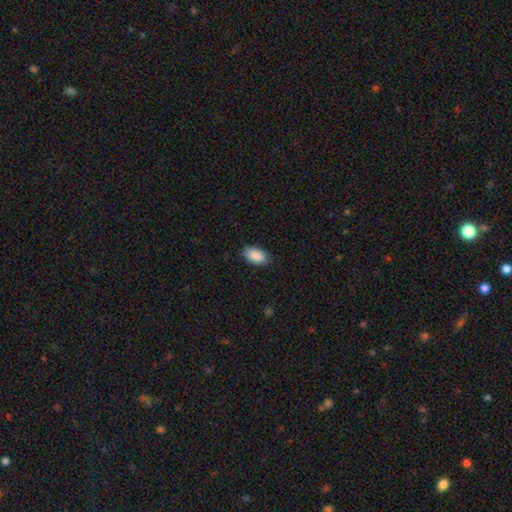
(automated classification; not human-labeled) smooth-or-featured: smooth: 90% | star or artifact: 6% | featured or disk: 4%
  how-rounded: in between: 94% | round: 4% | cigar-shaped: 2%
  merging: none: 84% | minor disturbance: 12% | major disturbance: 2% | merger: 1%